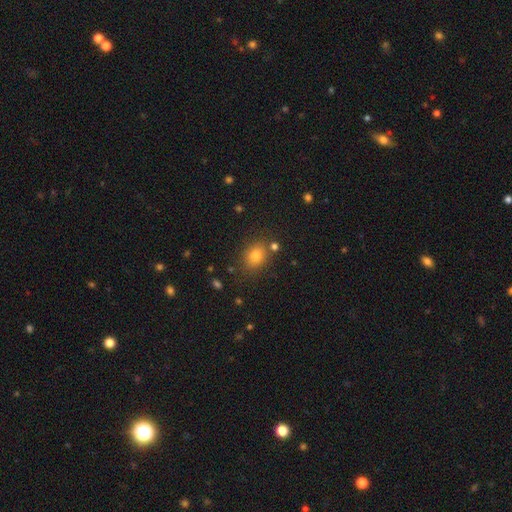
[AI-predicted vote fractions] smooth_or_featured: smooth (p=0.78) [alt: star or artifact p=0.14]
how_rounded: in between (p=0.50) [alt: round p=0.48]
merging: none (p=0.79) [alt: minor disturbance p=0.11]